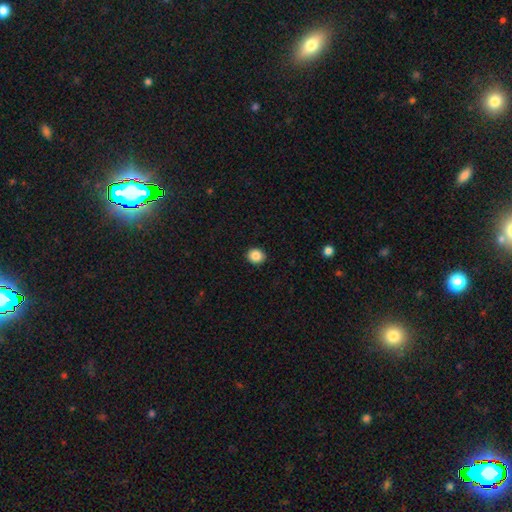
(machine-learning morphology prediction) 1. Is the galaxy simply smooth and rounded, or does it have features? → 87% smooth, 9% star or artifact, 4% featured or disk.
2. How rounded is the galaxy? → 77% round, 22% in between, 1% cigar-shaped.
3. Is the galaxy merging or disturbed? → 92% none, 6% minor disturbance, 2% major disturbance, 1% merger.